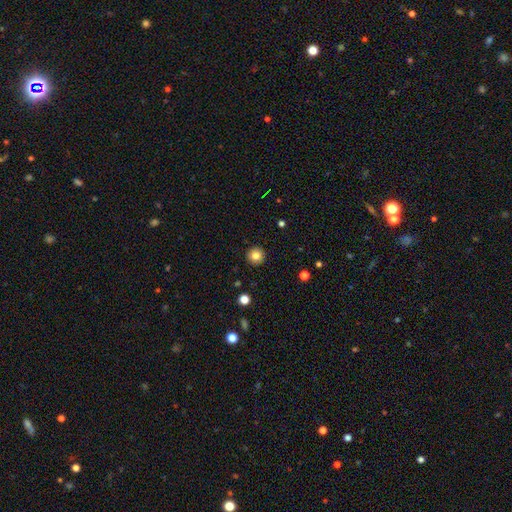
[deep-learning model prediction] A smooth galaxy with no disk features (83%) that is round (96%).

Vote fractions:
- Smooth or featured? smooth: 83% / star or artifact: 11% / featured or disk: 6%
- How rounded? round: 96% / in between: 3% / cigar-shaped: 1%
- Merging? none: 93% / minor disturbance: 5% / major disturbance: 2% / merger: 1%